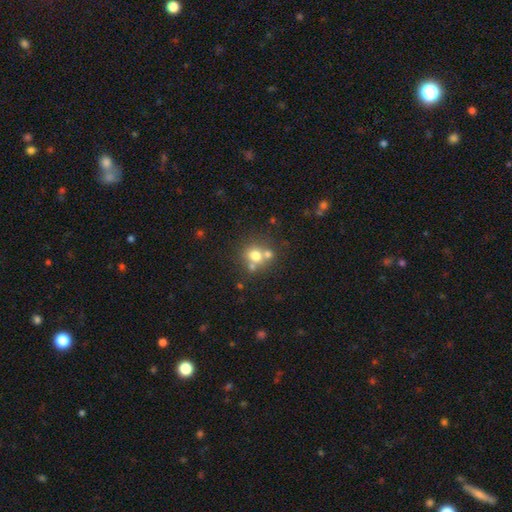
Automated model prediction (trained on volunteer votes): This appears to be a smooth galaxy with no disk features (67%) that is round (80%). Merging: none (48%).